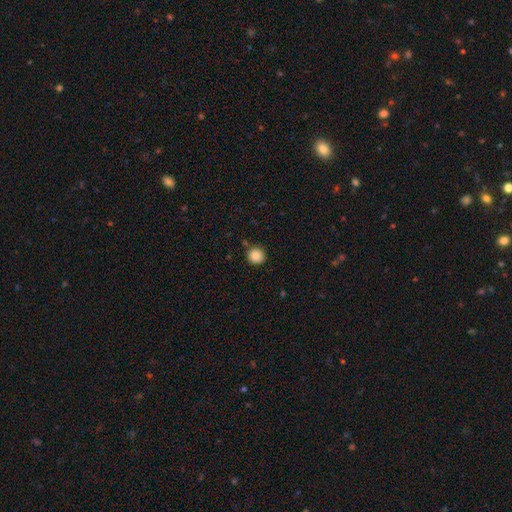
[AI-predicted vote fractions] smooth 87%, star or artifact 10%, featured or disk 3%. Down the decision tree: how rounded — round (92%); merging — none (87%).